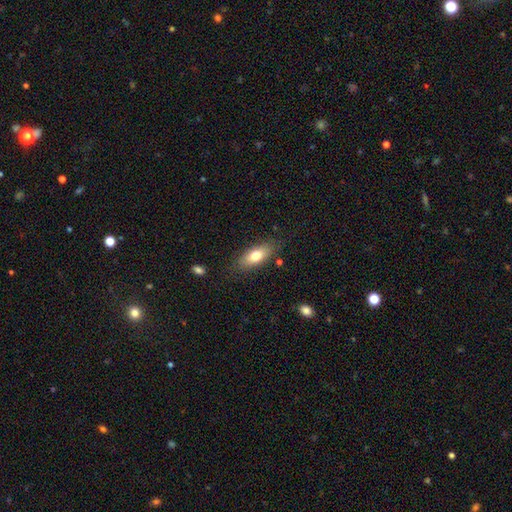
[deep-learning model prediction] smooth-or-featured: smooth: 74% | featured or disk: 19% | star or artifact: 7%
  how-rounded: in between: 77% | cigar-shaped: 19% | round: 3%
  merging: none: 80% | minor disturbance: 14% | major disturbance: 4% | merger: 2%